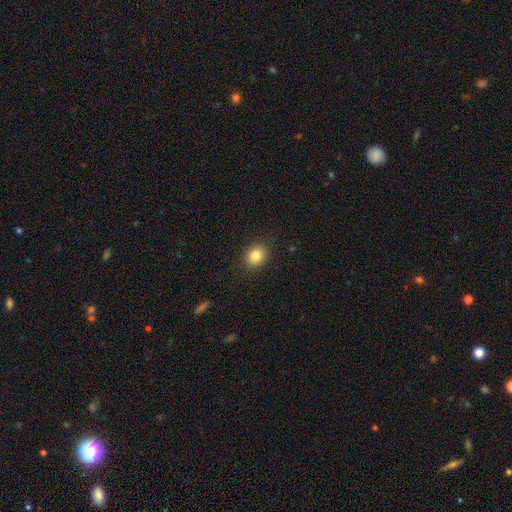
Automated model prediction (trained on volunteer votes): A smooth galaxy with no disk features (84%) that is round (57%). Merging: none (88%).